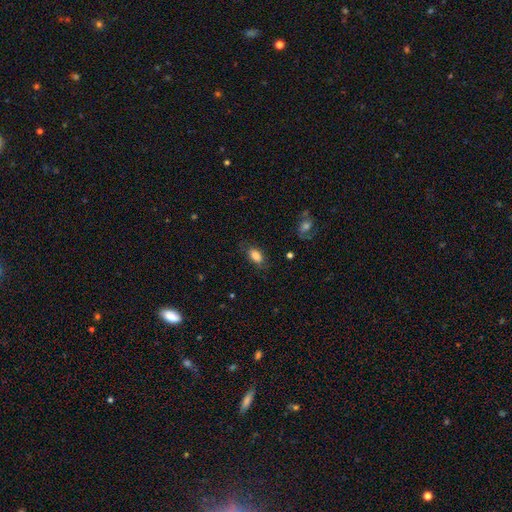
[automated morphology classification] This appears to be a smooth galaxy with no disk features (82%) that is in between round and cigar-shaped (90%). Merging: none (75%).